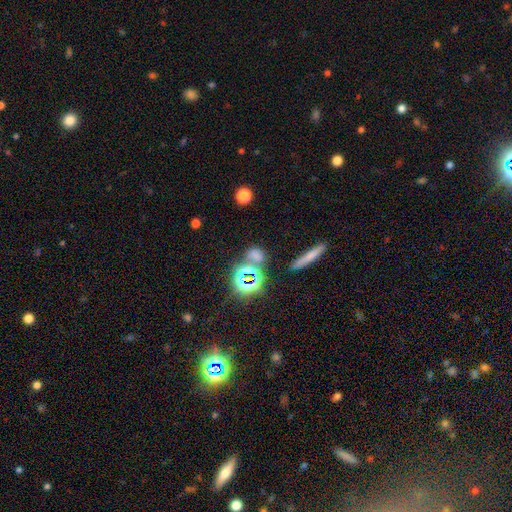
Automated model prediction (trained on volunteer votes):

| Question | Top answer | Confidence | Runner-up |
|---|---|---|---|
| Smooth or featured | smooth | 50% | star or artifact (39%) |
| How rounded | round | 45% | in between (44%) |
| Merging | none | 63% | merger (18%) |